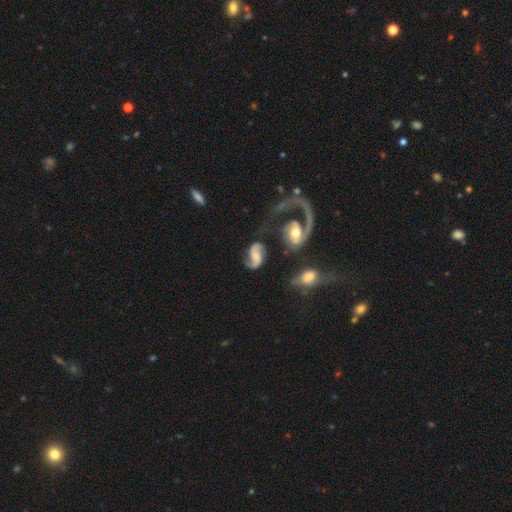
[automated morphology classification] A featured or disk galaxy (81%) with no bar (46%), 2 (90%) loose (45%) spiral arms (96%) and a small central bulge (35%).

Vote fractions:
- Smooth or featured? featured or disk: 81% / smooth: 12% / star or artifact: 6%
- Edge-on disk? no: 97% / yes: 3%
- Bar? no: 46% / weak: 41% / strong: 13%
- Spiral arms? yes: 96% / no: 4%
- Spiral winding? loose: 45% / medium: 42% / tight: 12%
- Spiral arm count? 2: 90% / 1: 5% / can't tell: 3% / 3: 1% / 4: 1% / more than 4: 1%
- Bulge size? small: 35% / moderate: 32% / none: 25% / large: 6% / dominant: 2%
- Merging? none: 61% / minor disturbance: 18% / major disturbance: 11% / merger: 9%